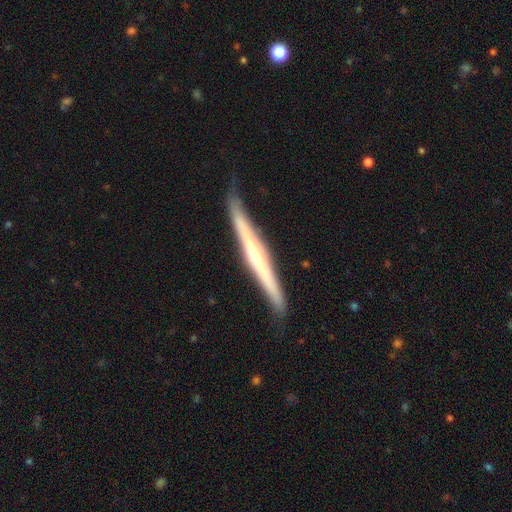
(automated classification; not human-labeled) The model was most divided on "edge-on bulge": rounded: 54%, none: 39%, boxy: 7%. More confident: edge-on disk — yes (96%); merging — none (83%); smooth or featured — featured or disk (67%).